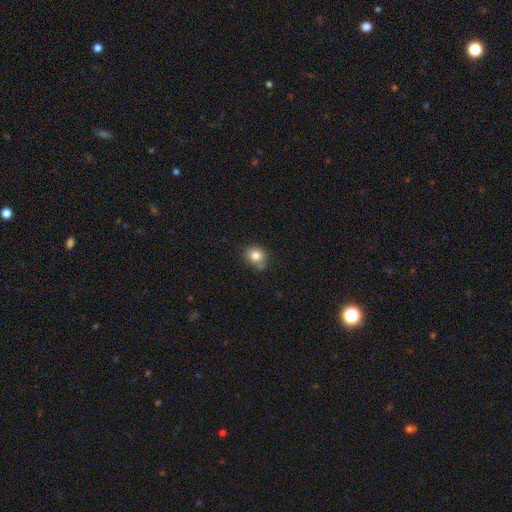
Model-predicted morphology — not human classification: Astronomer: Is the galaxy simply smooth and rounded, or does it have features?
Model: smooth — 82%.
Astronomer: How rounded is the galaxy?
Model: round — 77%.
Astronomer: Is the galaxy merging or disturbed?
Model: none — 71%.